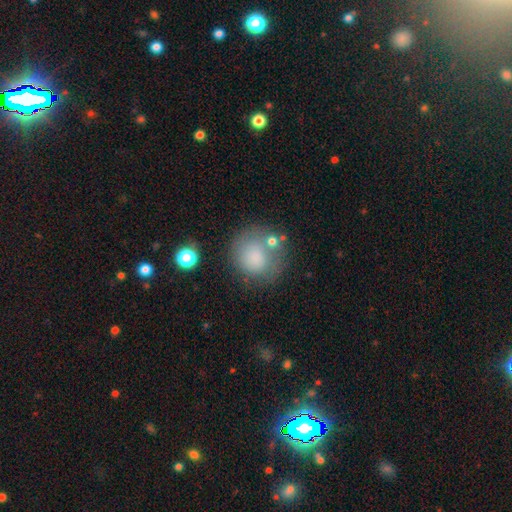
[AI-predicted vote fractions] Smooth or featured: smooth — 77% (featured or disk — 13%)
How rounded: round — 85% (in between — 14%)
Merging: none — 61% (minor disturbance — 20%)